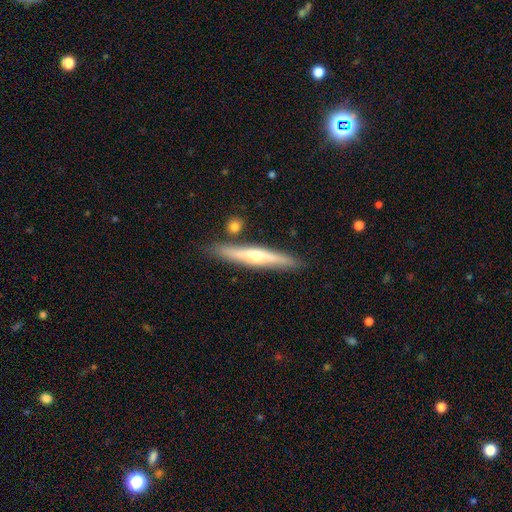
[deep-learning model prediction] Smooth or featured?
  - featured or disk: 63% *
  - smooth: 31%
  - star or artifact: 6%
Edge-on disk?
  - yes: 94% *
  - no: 6%
Edge-on bulge?
  - rounded: 84% *
  - none: 13%
  - boxy: 3%
Merging?
  - none: 84% *
  - minor disturbance: 10%
  - merger: 5%
  - major disturbance: 2%